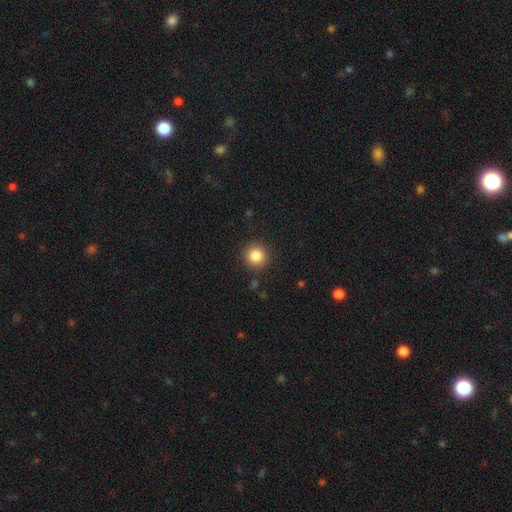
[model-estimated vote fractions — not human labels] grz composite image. It shows a smooth galaxy with no disk features (85%) that is round (94%). Merging: none (90%).